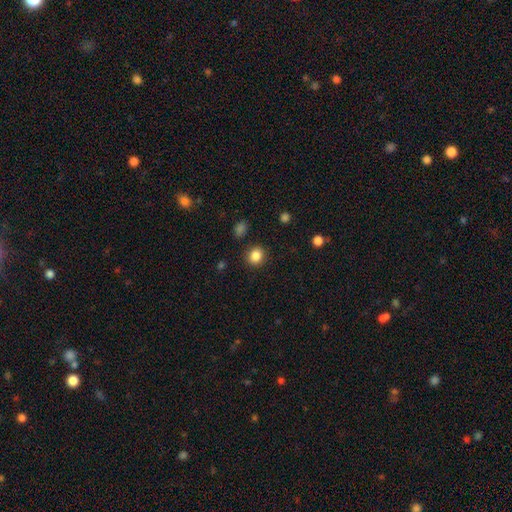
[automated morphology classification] Smooth or featured? smooth (86%)
How rounded? round (79%)
Merging? none (88%)